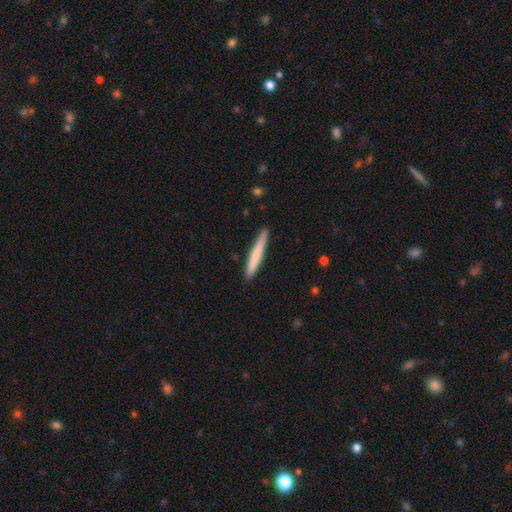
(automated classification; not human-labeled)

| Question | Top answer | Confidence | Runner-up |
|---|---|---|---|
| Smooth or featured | smooth | 73% | featured or disk (22%) |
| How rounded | cigar-shaped | 96% | in between (3%) |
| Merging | none | 88% | minor disturbance (9%) |